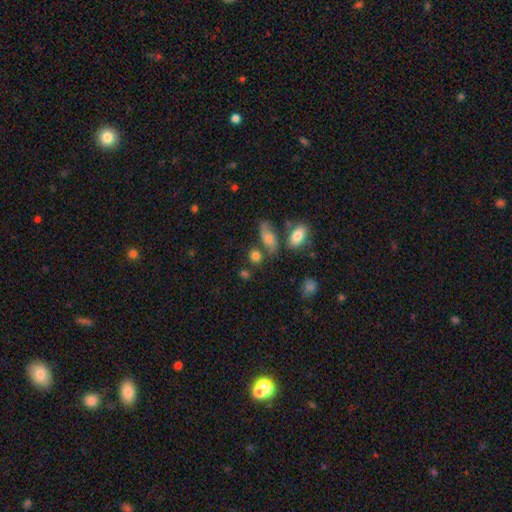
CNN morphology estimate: This appears to be a smooth galaxy with no disk features (76%) that is in between round and cigar-shaped (54%). Merging: none (58%).